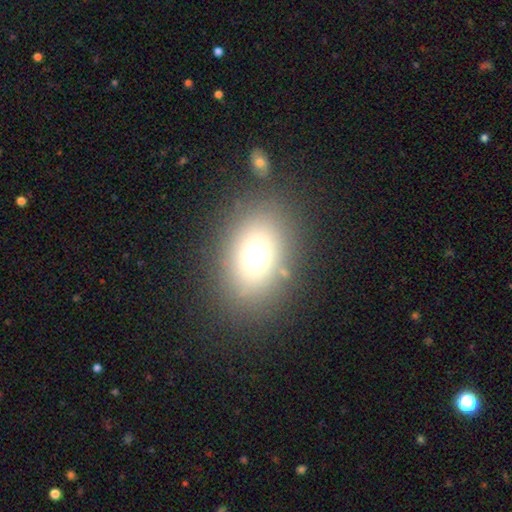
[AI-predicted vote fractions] Smooth or featured?
  - smooth: 71% *
  - star or artifact: 16%
  - featured or disk: 13%
How rounded?
  - in between: 70% *
  - round: 29%
  - cigar-shaped: 1%
Merging?
  - none: 81% *
  - minor disturbance: 10%
  - major disturbance: 5%
  - merger: 4%